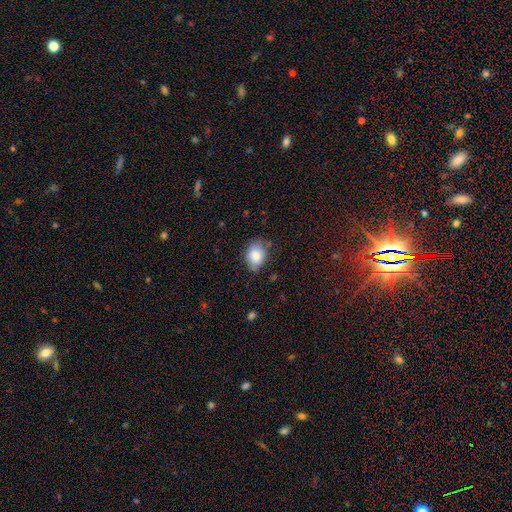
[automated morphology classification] type=smooth (83%); roundness=in between (72%); merging=none (70%).